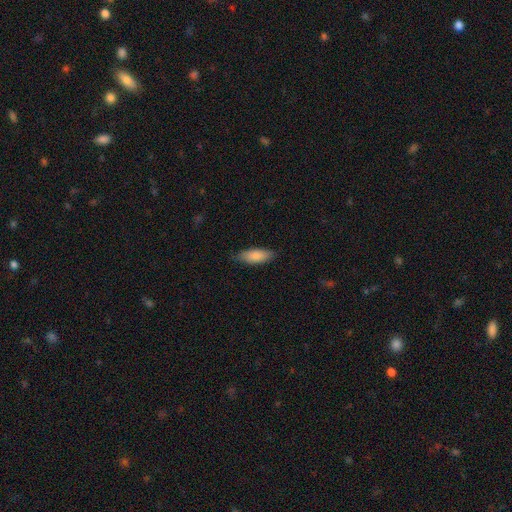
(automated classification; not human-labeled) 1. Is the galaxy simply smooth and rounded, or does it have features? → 85% smooth, 10% featured or disk, 6% star or artifact.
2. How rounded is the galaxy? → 68% in between, 30% cigar-shaped, 2% round.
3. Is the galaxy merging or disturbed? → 81% none, 15% minor disturbance, 3% major disturbance, 1% merger.